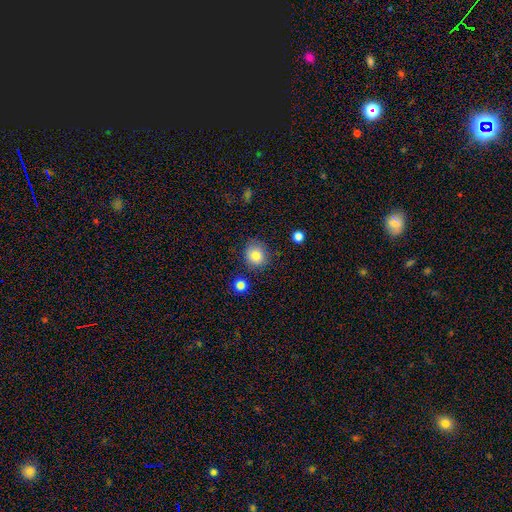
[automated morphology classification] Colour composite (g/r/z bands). It shows a smooth galaxy with no disk features (84%) that is round (85%). Merging: none (81%).